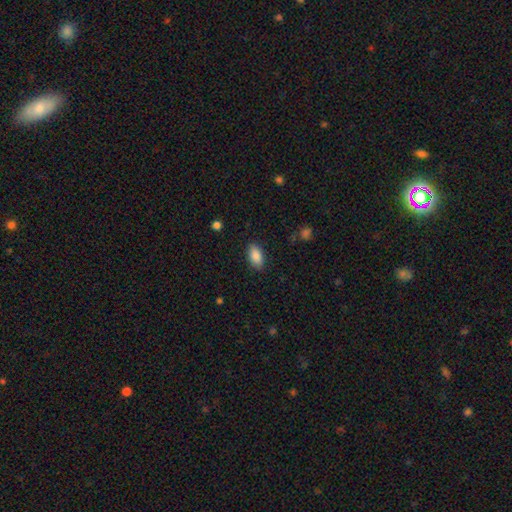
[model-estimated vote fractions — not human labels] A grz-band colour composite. It shows a smooth galaxy with no disk features (88%) that is in between round and cigar-shaped (92%). Merging: none (87%).